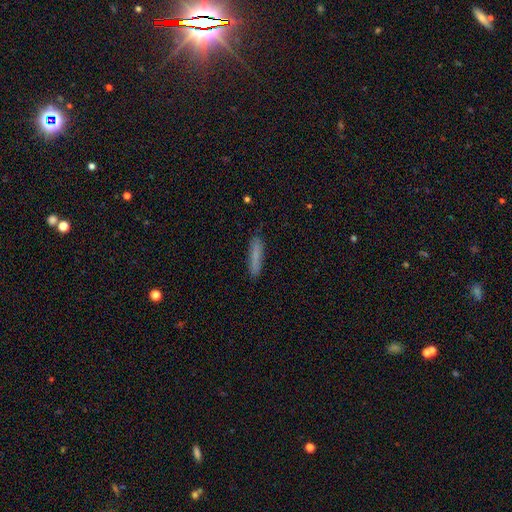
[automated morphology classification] A smooth galaxy with no disk features (77%) that is cigar-shaped (90%). Merging: none (86%).